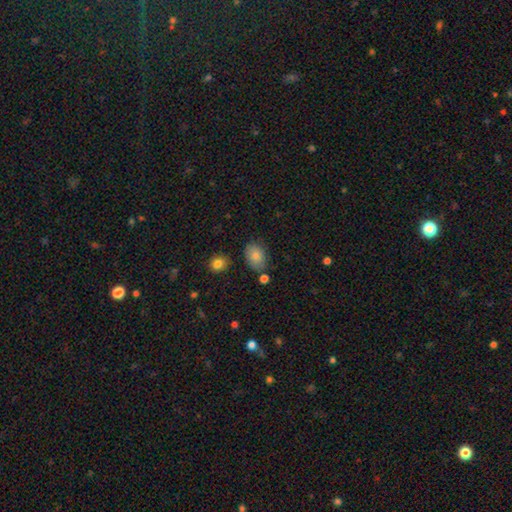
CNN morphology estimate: type=smooth (82%); roundness=in between (80%); merging=none (76%).